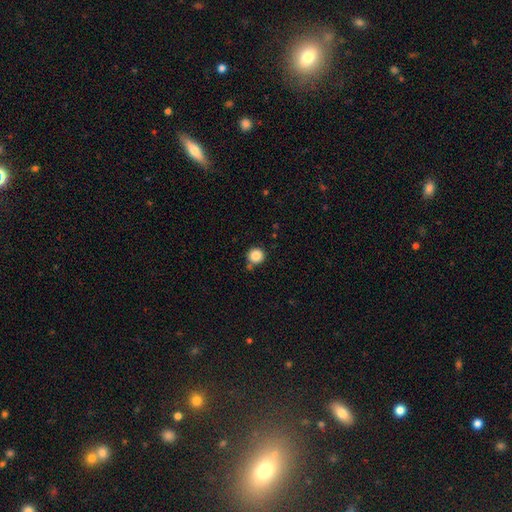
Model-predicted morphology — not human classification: type=smooth (86%); roundness=round (94%); merging=none (77%).